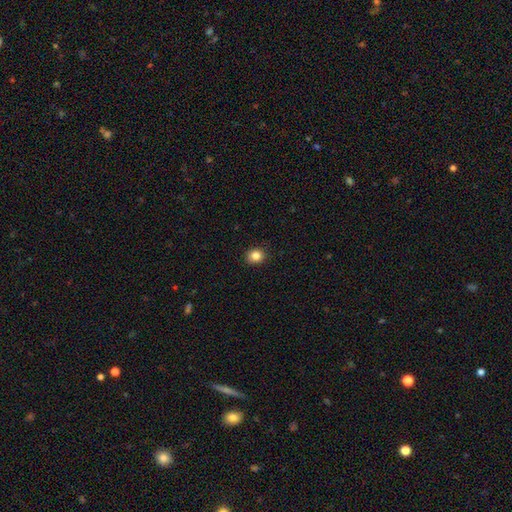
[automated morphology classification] Smooth or featured?
  - smooth: 84% *
  - star or artifact: 11%
  - featured or disk: 5%
How rounded?
  - round: 73% *
  - in between: 26%
  - cigar-shaped: 1%
Merging?
  - none: 90% *
  - minor disturbance: 7%
  - major disturbance: 2%
  - merger: 1%